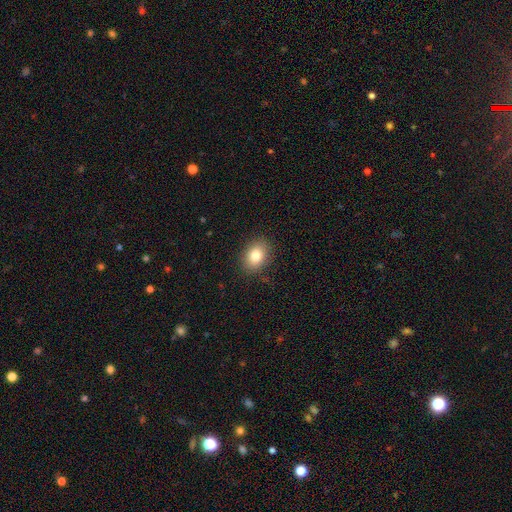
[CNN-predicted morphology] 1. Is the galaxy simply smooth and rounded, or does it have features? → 82% smooth, 9% star or artifact, 9% featured or disk.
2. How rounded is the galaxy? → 68% in between, 31% round, 1% cigar-shaped.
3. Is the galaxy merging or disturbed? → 87% none, 9% minor disturbance, 2% major disturbance, 1% merger.